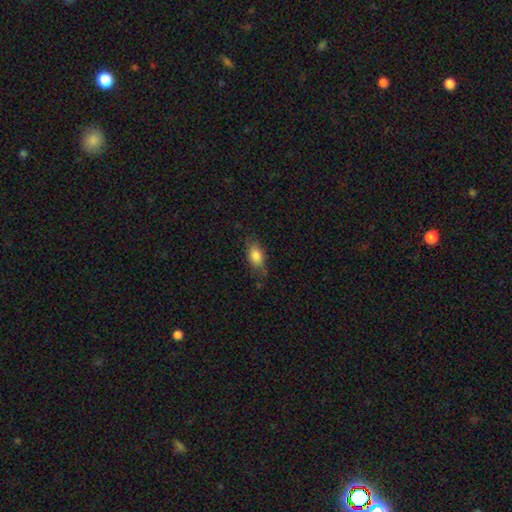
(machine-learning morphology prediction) type=smooth (83%); roundness=in between (85%); merging=none (69%).